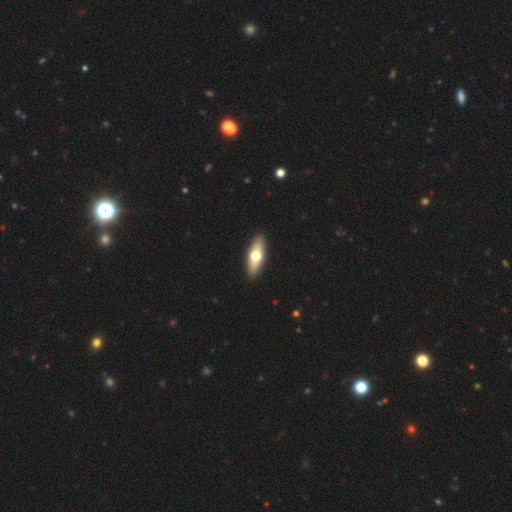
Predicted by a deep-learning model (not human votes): This is possibly a smooth galaxy (55%). How rounded: possibly in between (58%). Merging: clearly none (91%).